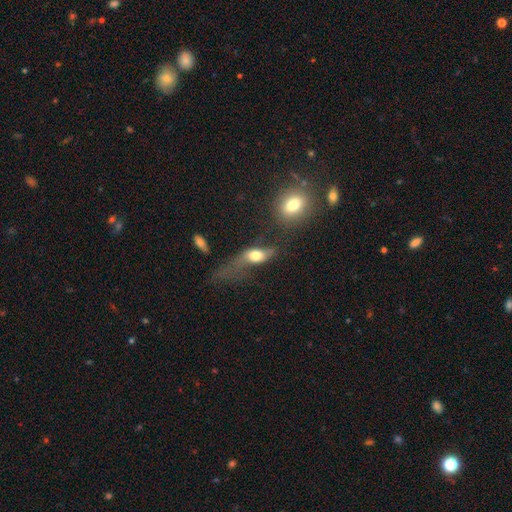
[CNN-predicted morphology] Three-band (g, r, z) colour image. It shows a smooth galaxy with no disk features (57%) that is in between round and cigar-shaped (71%). Merging: major disturbance (49%).